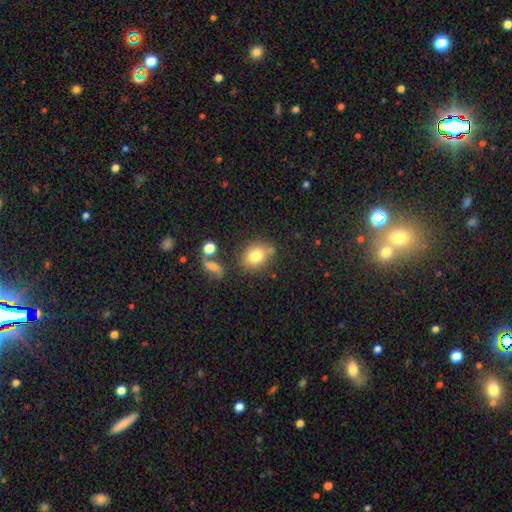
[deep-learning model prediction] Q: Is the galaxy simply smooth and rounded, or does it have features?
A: smooth — 77%.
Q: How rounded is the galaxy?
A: round — 55%.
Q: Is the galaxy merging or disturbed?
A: none — 69%.